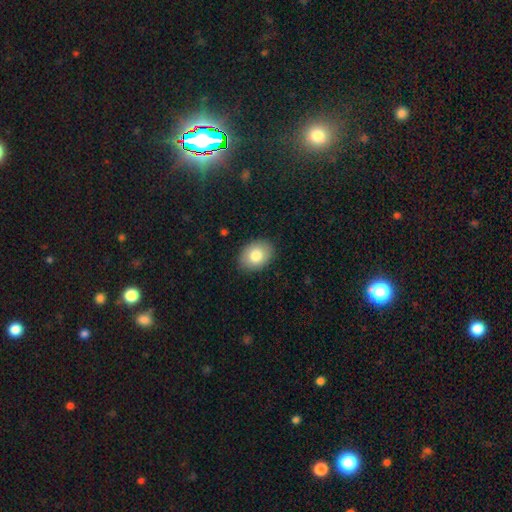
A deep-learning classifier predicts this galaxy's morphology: Overall: smooth (81%). How rounded: in between (68%; round 31%). Merging: none (88%).